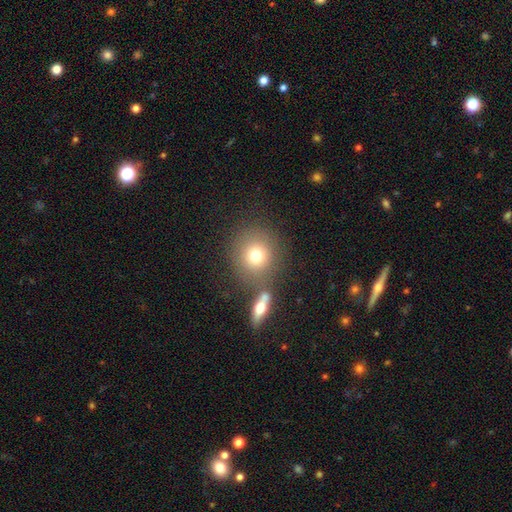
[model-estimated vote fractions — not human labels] smooth 75%, featured or disk 14%, star or artifact 11%. Down the decision tree: how rounded — round (85%); merging — none (68%).